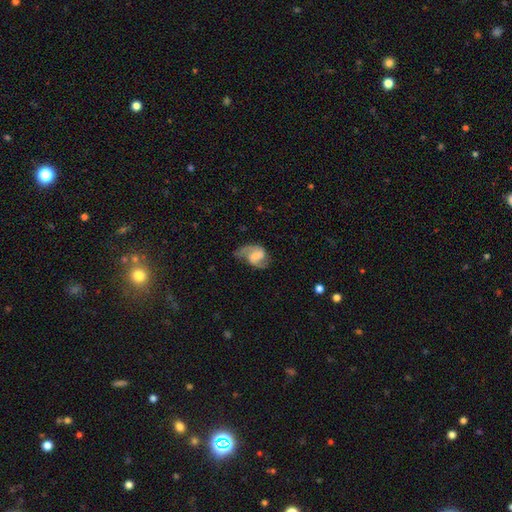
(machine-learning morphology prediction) smooth_or_featured: featured or disk (p=0.75) [alt: smooth p=0.18]
disk_edge_on: no (p=0.98) [alt: yes p=0.02]
bar: weak (p=0.48) [alt: no p=0.34]
has_spiral_arms: yes (p=0.93) [alt: no p=0.07]
spiral_winding: medium (p=0.48) [alt: loose p=0.34]
spiral_arm_count: 2 (p=0.84) [alt: 1 p=0.08]
bulge_size: none (p=0.36) [alt: moderate p=0.24]
merging: none (p=0.56) [alt: minor disturbance p=0.24]